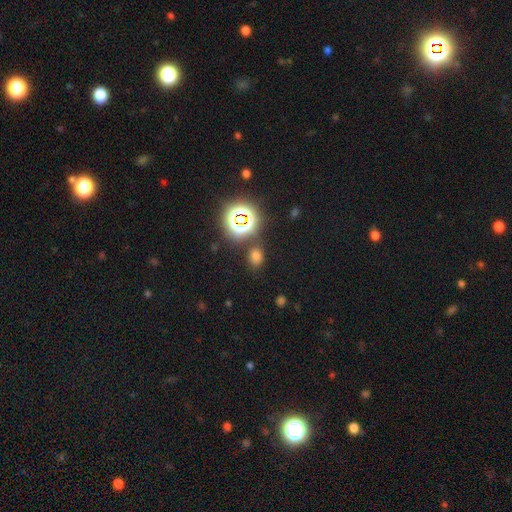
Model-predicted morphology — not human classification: smooth-or-featured: smooth: 64% | star or artifact: 30% | featured or disk: 6%
  how-rounded: in between: 64% | round: 35% | cigar-shaped: 1%
  merging: none: 78% | minor disturbance: 12% | merger: 6% | major disturbance: 4%